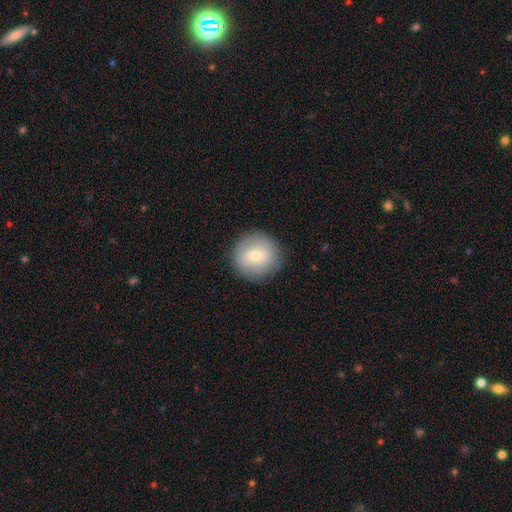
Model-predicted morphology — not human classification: A smooth galaxy with no disk features (67%) that is round (94%).

Vote fractions:
- Smooth or featured? smooth: 67% / featured or disk: 24% / star or artifact: 9%
- How rounded? round: 94% / in between: 5% / cigar-shaped: 1%
- Merging? none: 88% / minor disturbance: 9% / major disturbance: 3% / merger: 1%